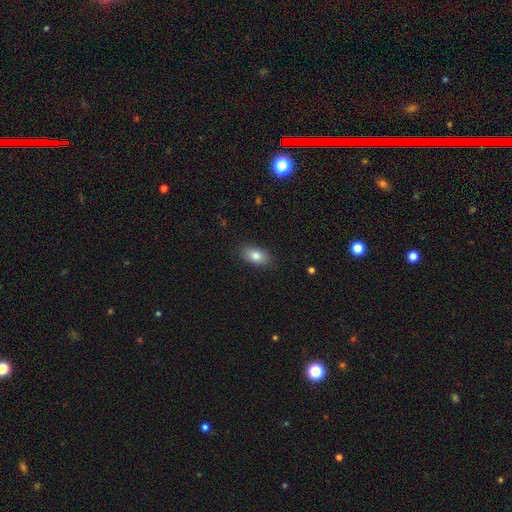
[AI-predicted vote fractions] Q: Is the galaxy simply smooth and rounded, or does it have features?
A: smooth — 83%.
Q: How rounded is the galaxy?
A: in between — 91%.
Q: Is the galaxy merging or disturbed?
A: none — 87%.